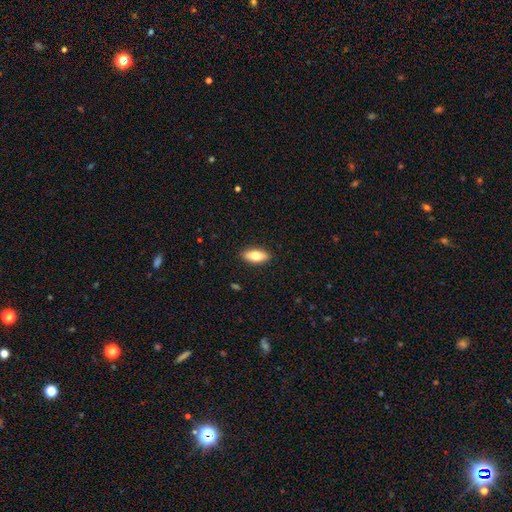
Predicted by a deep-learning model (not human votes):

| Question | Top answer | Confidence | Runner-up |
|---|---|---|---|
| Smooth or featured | smooth | 77% | featured or disk (17%) |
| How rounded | in between | 84% | cigar-shaped (13%) |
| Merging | none | 90% | minor disturbance (7%) |